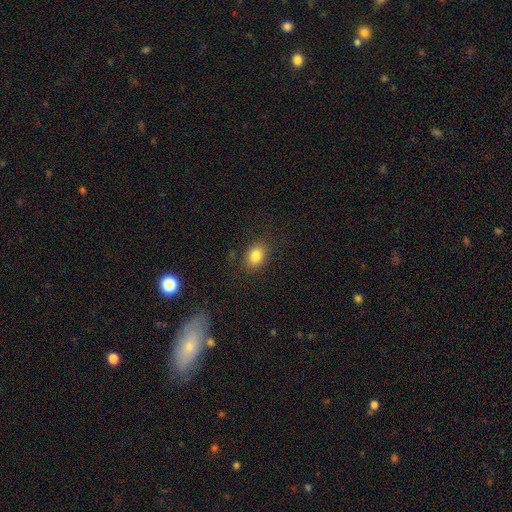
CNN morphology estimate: smooth_or_featured: smooth (p=0.82) [alt: star or artifact p=0.11]
how_rounded: in between (p=0.62) [alt: round p=0.36]
merging: none (p=0.84) [alt: minor disturbance p=0.11]